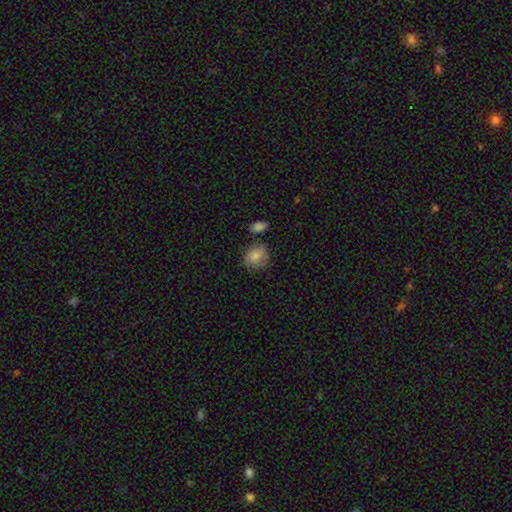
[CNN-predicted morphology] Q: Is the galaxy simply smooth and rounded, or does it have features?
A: smooth — 82%.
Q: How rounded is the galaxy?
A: round — 63%.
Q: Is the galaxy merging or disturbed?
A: none — 70%.